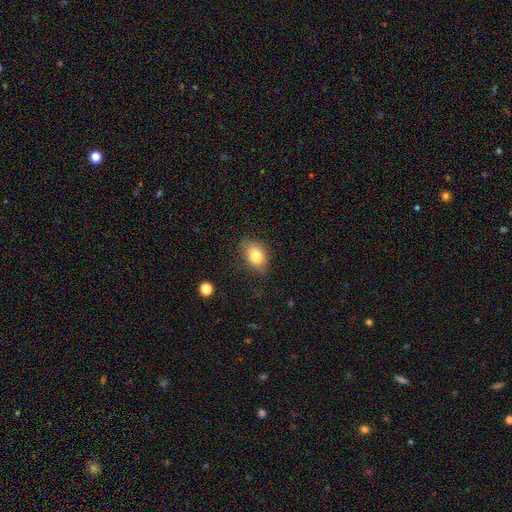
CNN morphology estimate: This is clearly a smooth galaxy (80%). How rounded: likely in between (78%). Merging: likely none (75%).